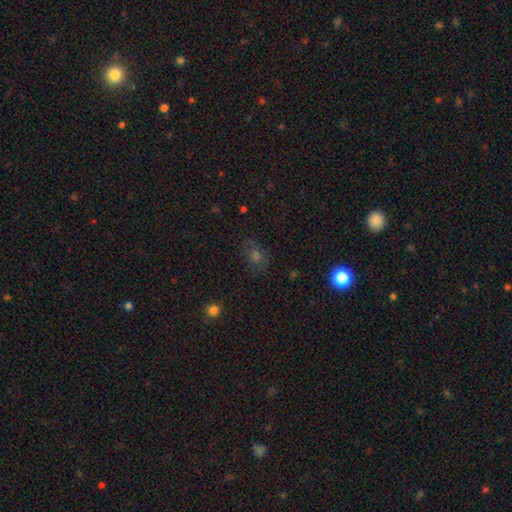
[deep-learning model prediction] smooth_or_featured: smooth (p=0.56) [alt: star or artifact p=0.31]
how_rounded: round (p=0.51) [alt: in between p=0.47]
merging: none (p=0.74) [alt: minor disturbance p=0.17]